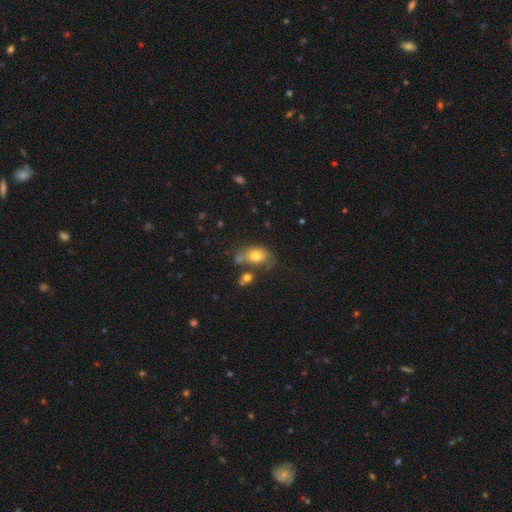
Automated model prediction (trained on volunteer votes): Morphology: type=smooth (75%); roundness=in between (73%); merging=none (41%).